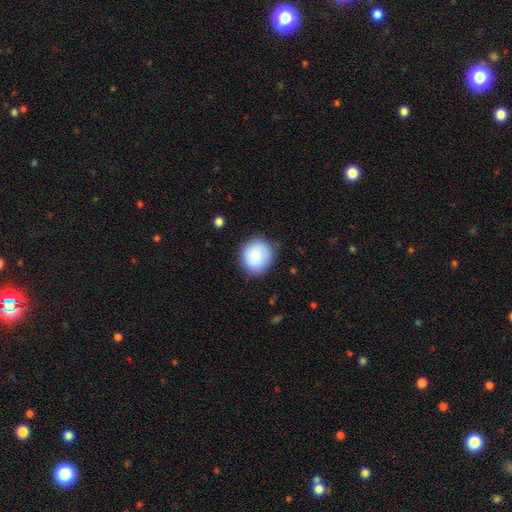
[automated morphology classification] Overall: smooth (85%). How rounded: round (84%). Merging: none (83%).